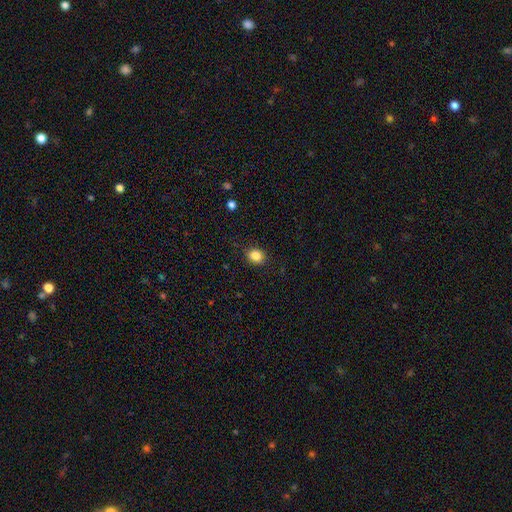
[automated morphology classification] Overall: smooth (85%). How rounded: round (61%; in between 38%). Merging: none (88%).